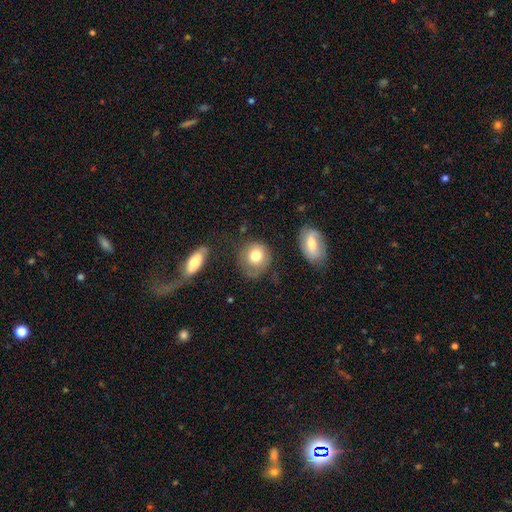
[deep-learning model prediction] Smooth or featured? smooth (75%)
How rounded? round (78%)
Merging? none (56%)